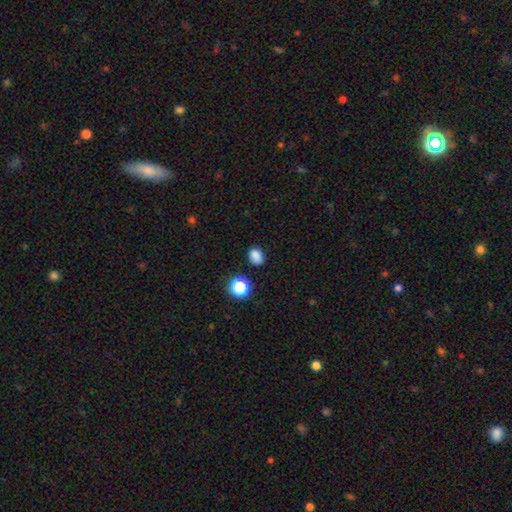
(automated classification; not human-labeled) Smooth or featured: smooth — 83% (star or artifact — 14%)
How rounded: in between — 59% (round — 40%)
Merging: none — 83% (minor disturbance — 12%)